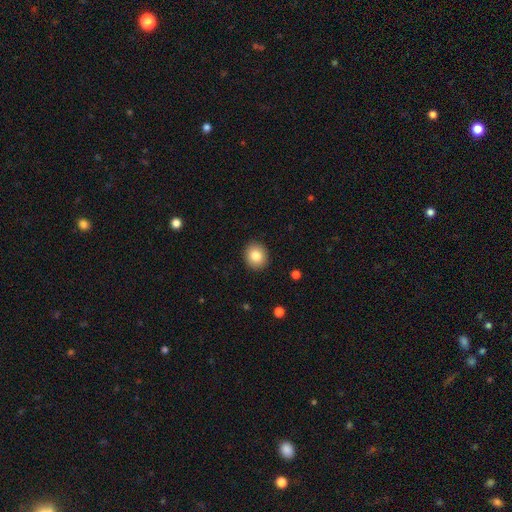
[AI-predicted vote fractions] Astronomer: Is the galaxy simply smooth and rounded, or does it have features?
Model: smooth — 83%.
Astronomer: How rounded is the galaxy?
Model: round — 79%.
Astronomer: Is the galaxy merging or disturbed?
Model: none — 91%.